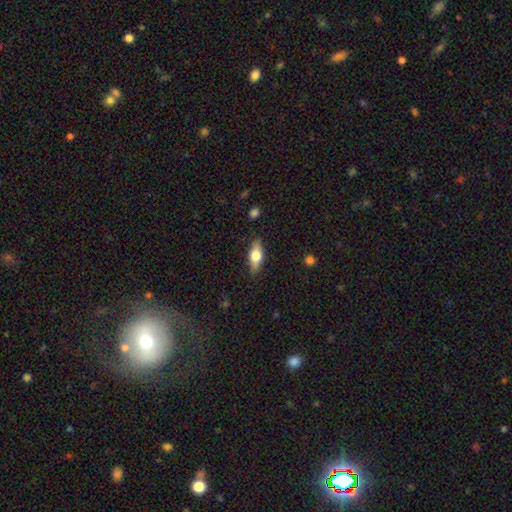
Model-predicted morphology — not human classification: Overall: smooth (55%; featured or disk 38%). How rounded: in between (68%). Merging: none (85%).